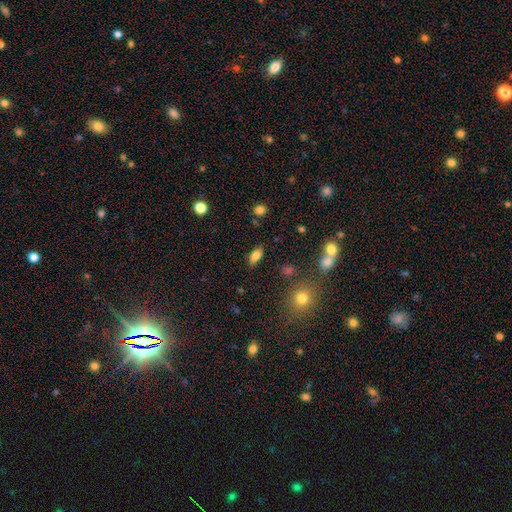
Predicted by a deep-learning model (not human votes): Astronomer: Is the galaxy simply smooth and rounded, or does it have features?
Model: smooth — 79%.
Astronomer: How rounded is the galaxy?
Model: in between — 87%.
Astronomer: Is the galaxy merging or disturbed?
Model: none — 84%.